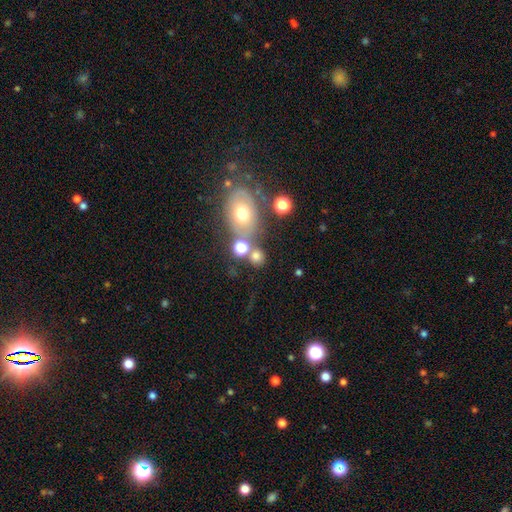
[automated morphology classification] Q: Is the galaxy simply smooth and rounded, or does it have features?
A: smooth — 71%.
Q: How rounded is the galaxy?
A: round — 77%.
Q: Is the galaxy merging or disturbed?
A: none — 63%.